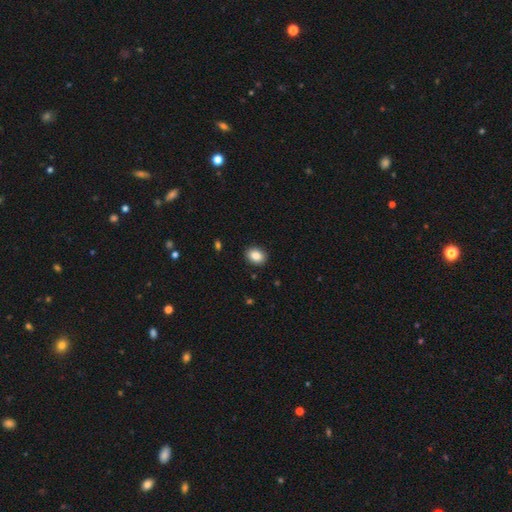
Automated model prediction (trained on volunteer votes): Morphology: type=smooth (87%); roundness=in between (59%); merging=none (90%).